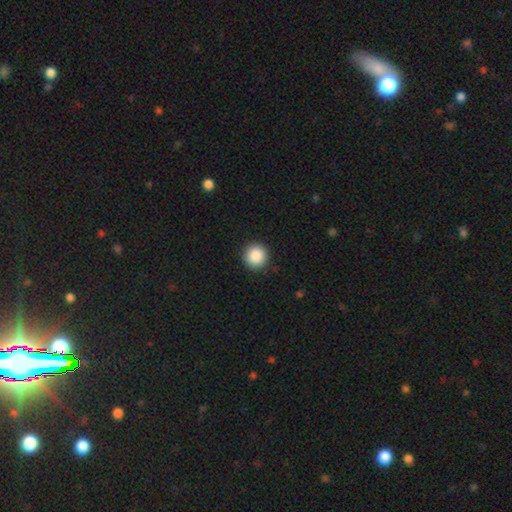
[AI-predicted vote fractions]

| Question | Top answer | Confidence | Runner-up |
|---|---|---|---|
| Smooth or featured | smooth | 88% | star or artifact (8%) |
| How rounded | round | 95% | in between (4%) |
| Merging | none | 92% | minor disturbance (5%) |